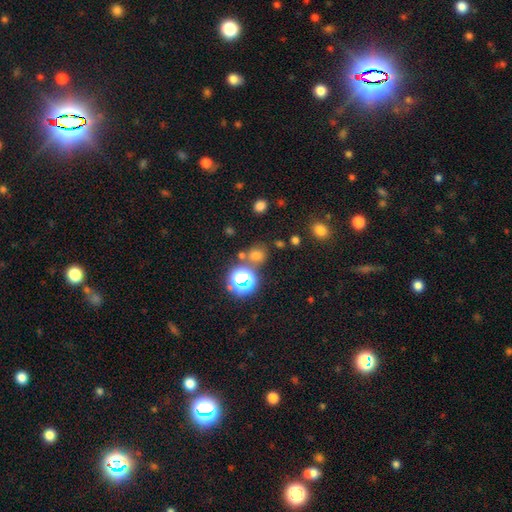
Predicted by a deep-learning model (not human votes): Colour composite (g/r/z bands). It shows a smooth galaxy with no disk features (63%) that is round (77%). Merging: none (71%).